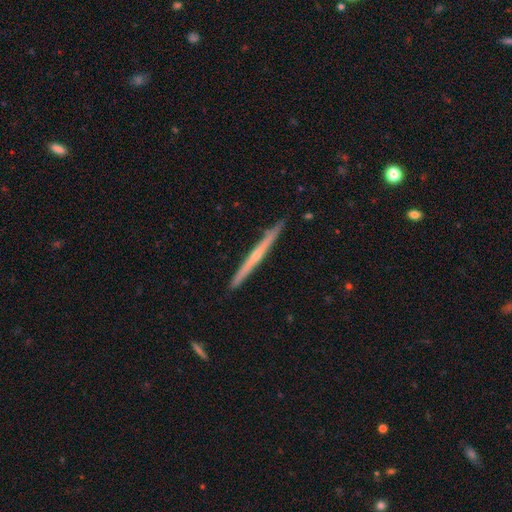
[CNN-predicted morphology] A featured or disk galaxy (69%) viewed edge-on (98%) with a rounded central bulge (50%). Merging: none (91%).